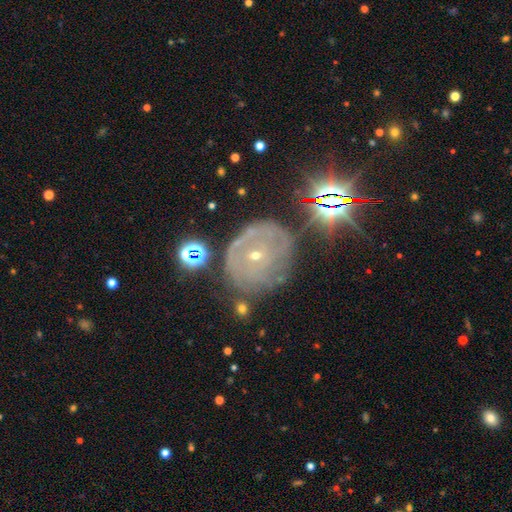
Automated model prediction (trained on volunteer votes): Smooth or featured: featured or disk — 71% (star or artifact — 15%)
Edge-on disk: no — 96% (yes — 4%)
Bar: no — 70% (weak — 23%)
Spiral arms: yes — 81% (no — 19%)
Spiral winding: tight — 73% (medium — 20%)
Spiral arm count: can't tell — 51% (2 — 17%)
Bulge size: small — 76% (moderate — 21%)
Merging: none — 61% (minor disturbance — 22%)